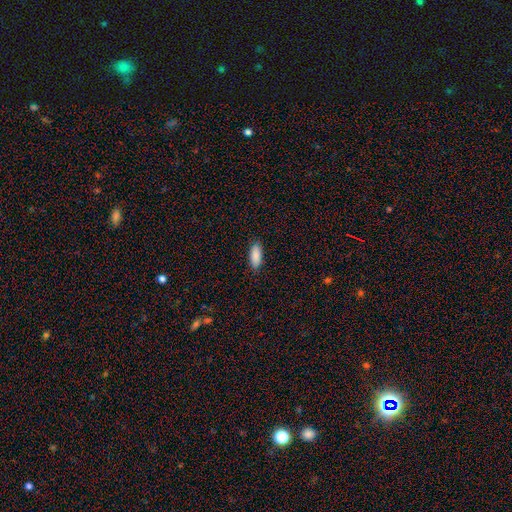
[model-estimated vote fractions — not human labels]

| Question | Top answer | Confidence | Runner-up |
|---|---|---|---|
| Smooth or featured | smooth | 90% | star or artifact (6%) |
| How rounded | in between | 77% | cigar-shaped (22%) |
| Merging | none | 89% | minor disturbance (8%) |